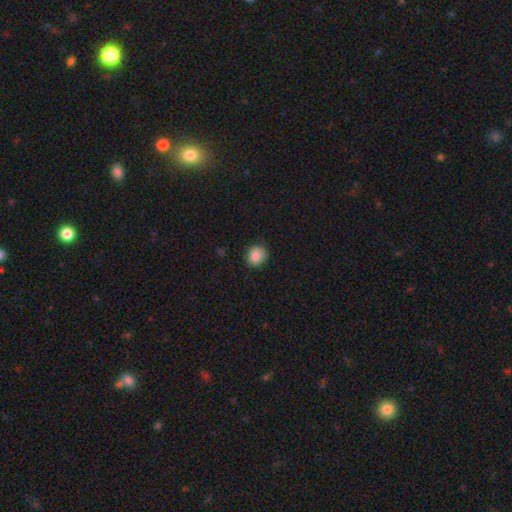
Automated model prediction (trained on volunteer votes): Smooth or featured? Predicted: smooth (p=0.87). How rounded? Predicted: round (p=0.67). Merging? Predicted: none (p=0.80).